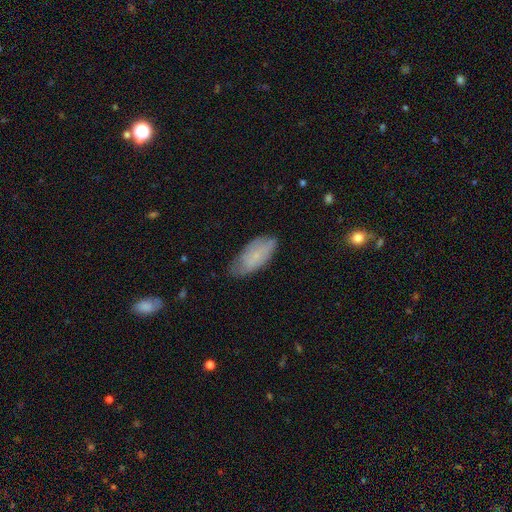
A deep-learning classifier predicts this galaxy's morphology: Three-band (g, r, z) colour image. It shows a smooth galaxy with no disk features (62%) that is in between round and cigar-shaped (87%). Merging: none (66%).